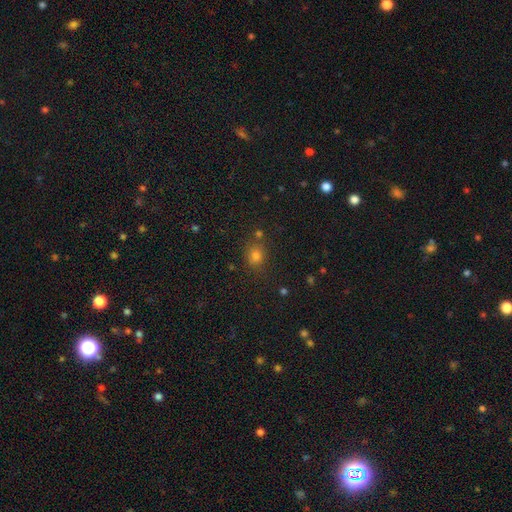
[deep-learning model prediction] smooth 73%, star or artifact 21%, featured or disk 7%. Down the decision tree: how rounded — round (70%); merging — none (78%).